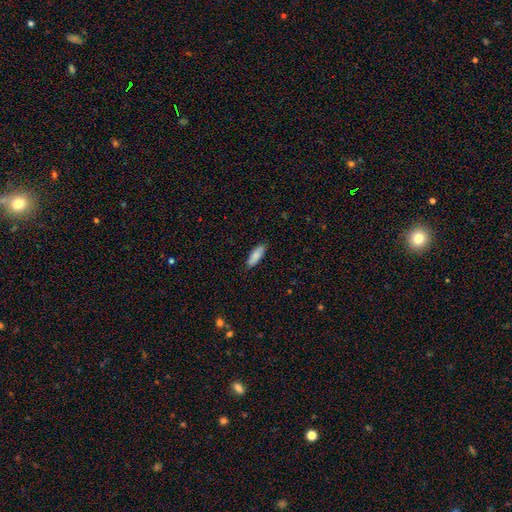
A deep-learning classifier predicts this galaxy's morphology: smooth-or-featured: smooth: 86% | featured or disk: 8% | star or artifact: 6%
  how-rounded: in between: 60% | cigar-shaped: 38% | round: 2%
  merging: none: 86% | minor disturbance: 11% | major disturbance: 2% | merger: 1%